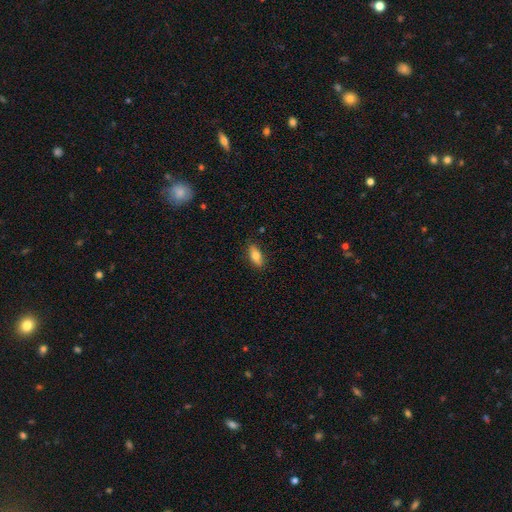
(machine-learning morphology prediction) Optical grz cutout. It shows a smooth galaxy with no disk features (76%) that is in between round and cigar-shaped (77%). Merging: none (86%).